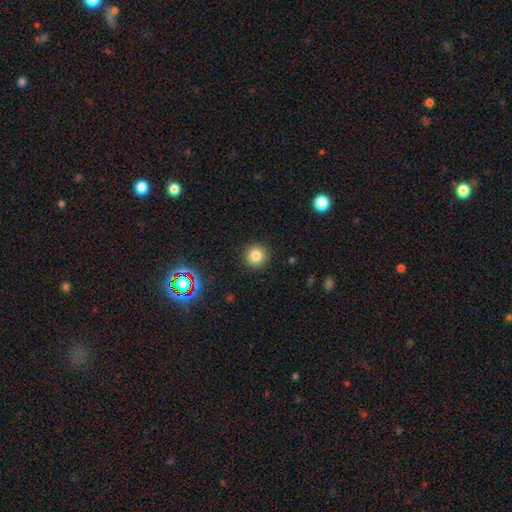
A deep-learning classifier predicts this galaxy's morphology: This is clearly a smooth galaxy (81%). How rounded: clearly round (94%). Merging: clearly none (91%).